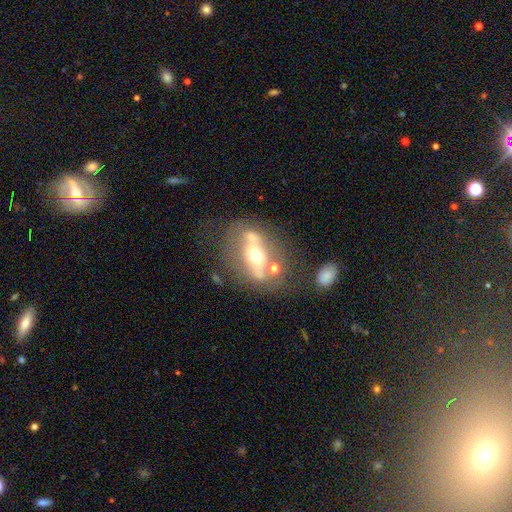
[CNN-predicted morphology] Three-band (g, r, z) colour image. It shows a featured or disk galaxy (61%). Merging: none (52%).